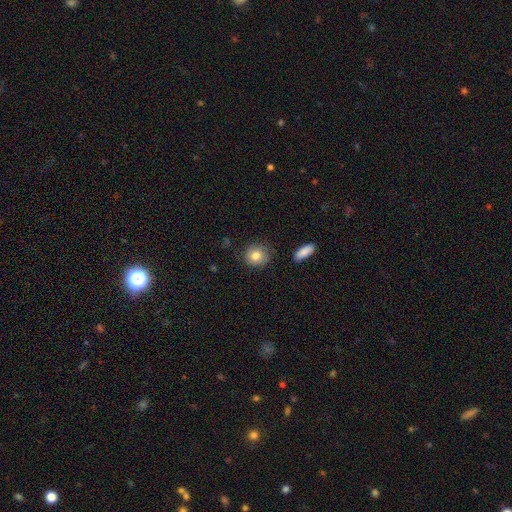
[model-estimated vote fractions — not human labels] smooth 83%, featured or disk 9%, star or artifact 9%. Down the decision tree: how rounded — round (83%); merging — none (84%).